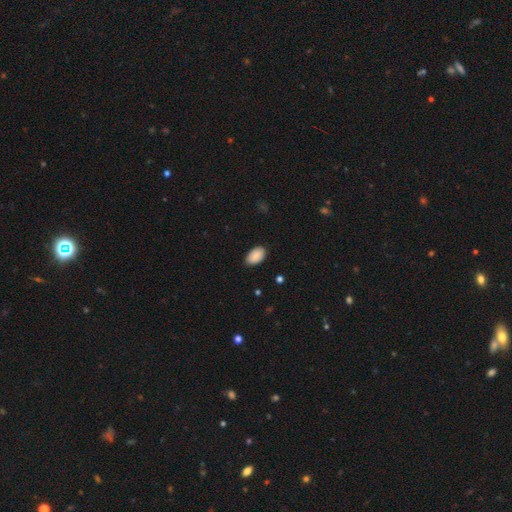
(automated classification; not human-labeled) Smooth or featured?
  - smooth: 89% *
  - star or artifact: 7%
  - featured or disk: 5%
How rounded?
  - in between: 94% *
  - round: 5%
  - cigar-shaped: 1%
Merging?
  - none: 85% *
  - minor disturbance: 12%
  - major disturbance: 2%
  - merger: 1%